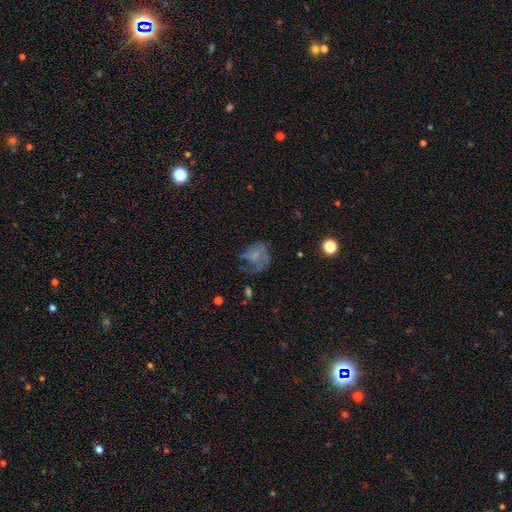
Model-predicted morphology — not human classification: Q: Smooth or featured?
A: featured or disk (48%); runner-up: smooth (40%)
Q: Merging?
A: major disturbance (41%); runner-up: none (34%)